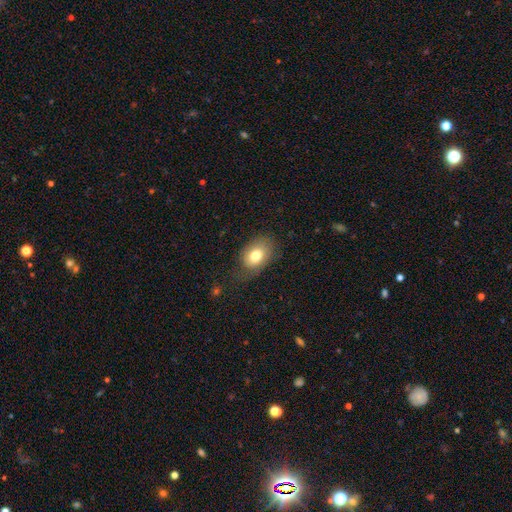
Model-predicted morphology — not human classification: type=smooth (75%); roundness=in between (80%); merging=none (63%).